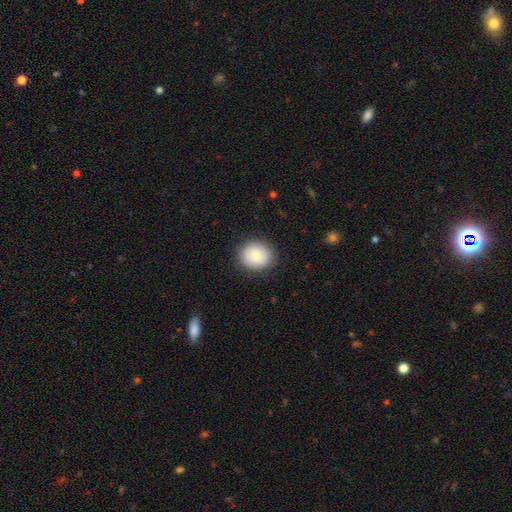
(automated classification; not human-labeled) The model was most divided on "how rounded": round: 78%, in between: 21%, cigar-shaped: 1%. More confident: merging — none (87%); smooth or featured — smooth (78%).